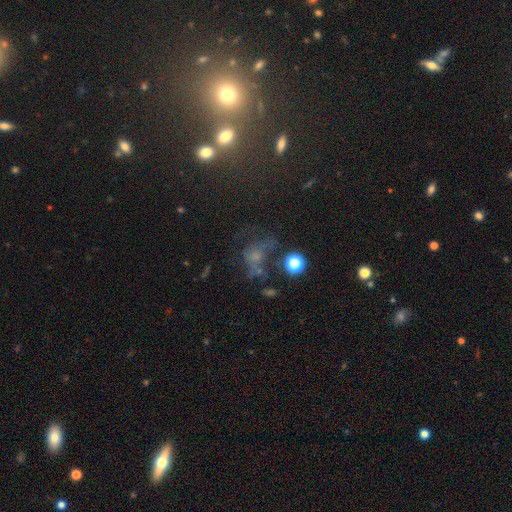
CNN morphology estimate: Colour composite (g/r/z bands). It shows a smooth galaxy with no disk features (38%). Merging: none (38%).